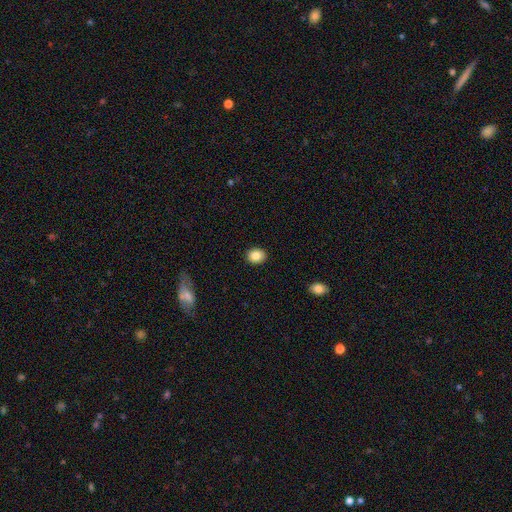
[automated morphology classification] smooth 85%, star or artifact 9%, featured or disk 6%. Down the decision tree: how rounded — round (62%); merging — none (90%).